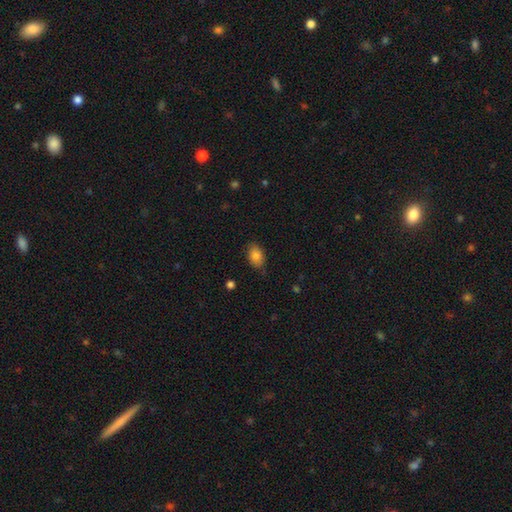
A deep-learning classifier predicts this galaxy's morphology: This appears to be a smooth galaxy with no disk features (84%) that is in between round and cigar-shaped (87%). Merging: none (81%).